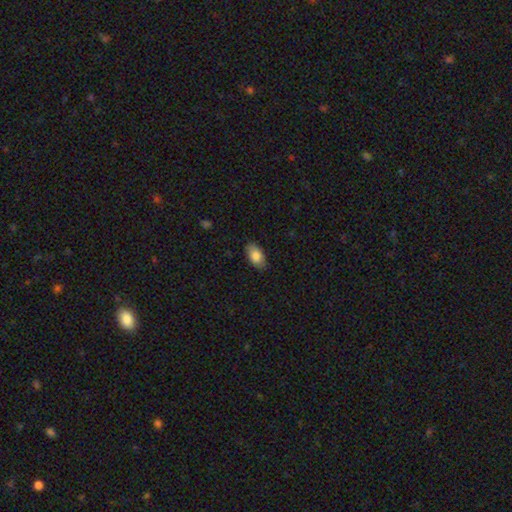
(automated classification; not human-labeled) smooth 85%, featured or disk 9%, star or artifact 7%. Down the decision tree: how rounded — in between (93%); merging — none (86%).